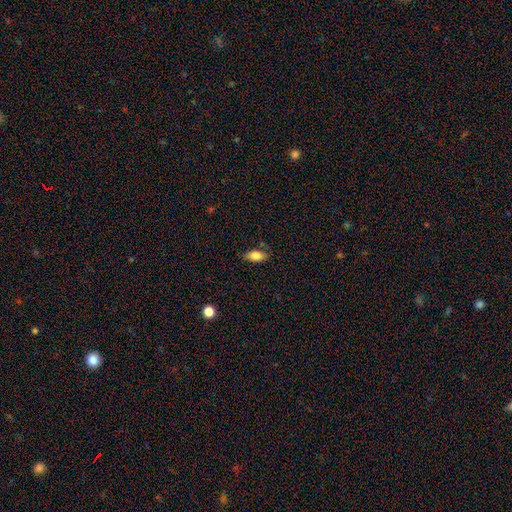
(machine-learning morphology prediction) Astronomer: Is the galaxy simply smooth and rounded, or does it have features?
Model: smooth — 83%.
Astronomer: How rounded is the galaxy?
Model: in between — 88%.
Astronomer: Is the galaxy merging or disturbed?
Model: none — 80%.